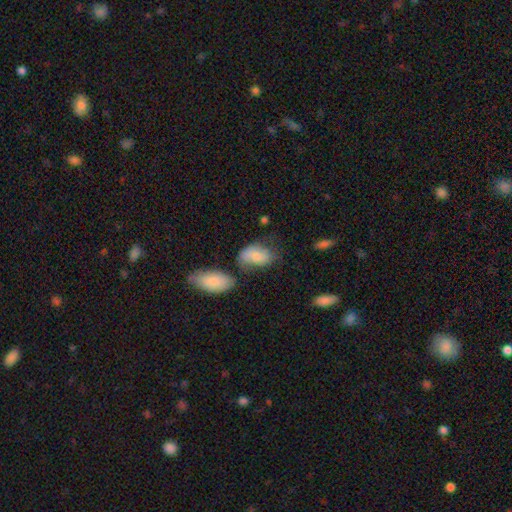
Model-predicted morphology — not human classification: smooth 73%, featured or disk 21%, star or artifact 7%. Down the decision tree: how rounded — in between (90%); merging — none (39%).